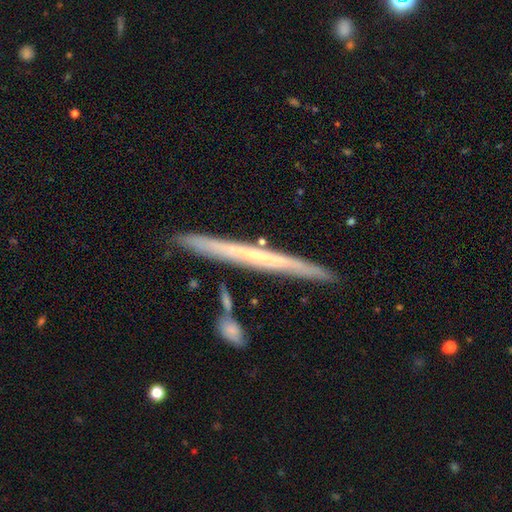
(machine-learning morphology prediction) smooth_or_featured: featured or disk (p=0.63) [alt: smooth p=0.30]
disk_edge_on: yes (p=0.94) [alt: no p=0.06]
edge_on_bulge: none (p=0.81) [alt: rounded p=0.15]
merging: none (p=0.85) [alt: minor disturbance p=0.09]